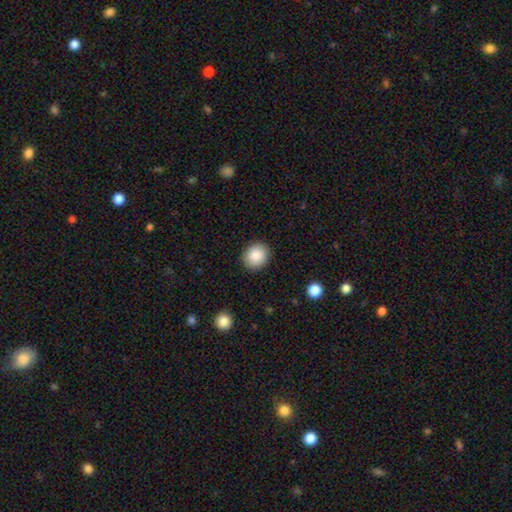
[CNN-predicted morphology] The model was most divided on "how rounded": round: 79%, in between: 20%, cigar-shaped: 1%. More confident: merging — none (90%); smooth or featured — smooth (87%).